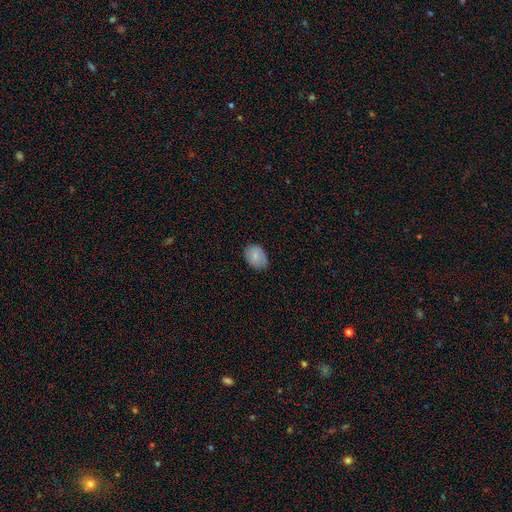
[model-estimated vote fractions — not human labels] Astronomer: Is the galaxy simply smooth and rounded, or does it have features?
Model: smooth — 82%.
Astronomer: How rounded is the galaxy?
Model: in between — 70%.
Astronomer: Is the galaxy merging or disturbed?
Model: none — 79%.